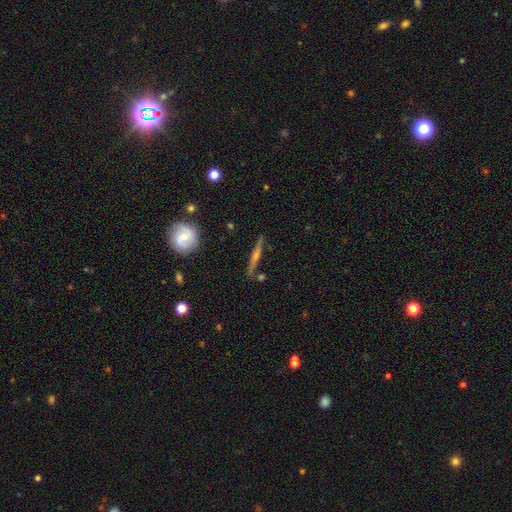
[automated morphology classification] Overall: featured or disk (72%). Edge-on disk: yes (95%). Edge-on bulge: rounded (74%). Merging: none (87%).